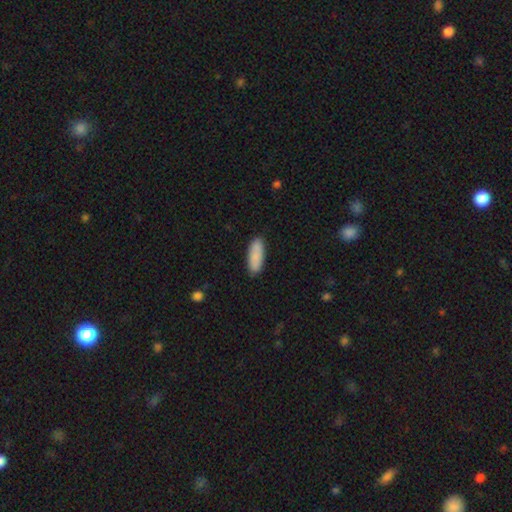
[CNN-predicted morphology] Smooth or featured? smooth (88%)
How rounded? in between (68%)
Merging? none (87%)